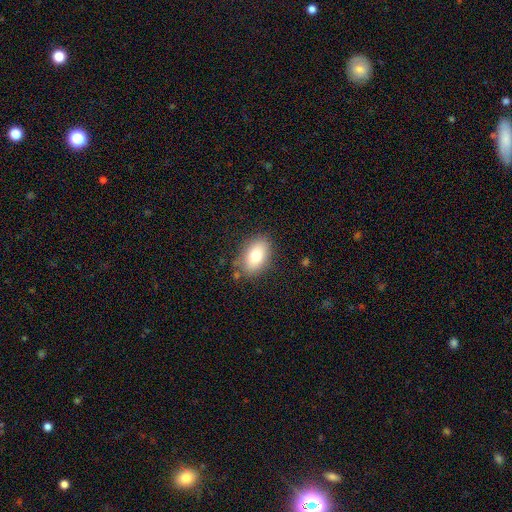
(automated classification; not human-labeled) Smooth or featured: smooth — 77% (featured or disk — 15%)
How rounded: in between — 87% (round — 11%)
Merging: none — 80% (minor disturbance — 14%)